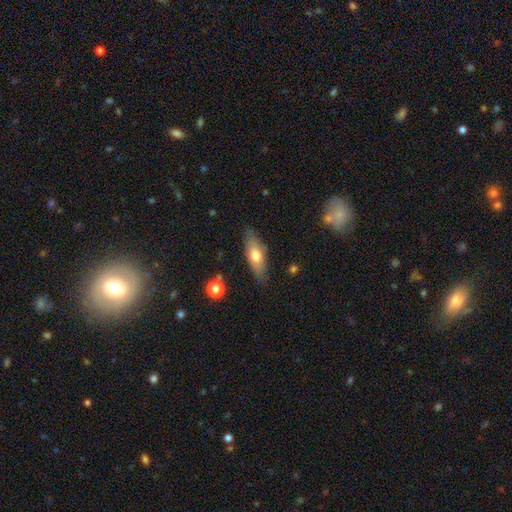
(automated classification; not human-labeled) Overall: smooth (61%; featured or disk 32%). How rounded: in between (66%; cigar-shaped 30%). Merging: none (81%).